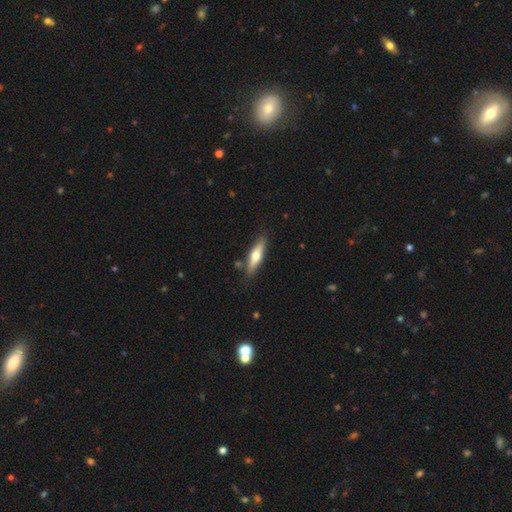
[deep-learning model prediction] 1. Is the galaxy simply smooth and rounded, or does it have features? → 48% featured or disk, 46% smooth, 6% star or artifact.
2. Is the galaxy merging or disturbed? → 83% none, 11% minor disturbance, 3% merger, 2% major disturbance.